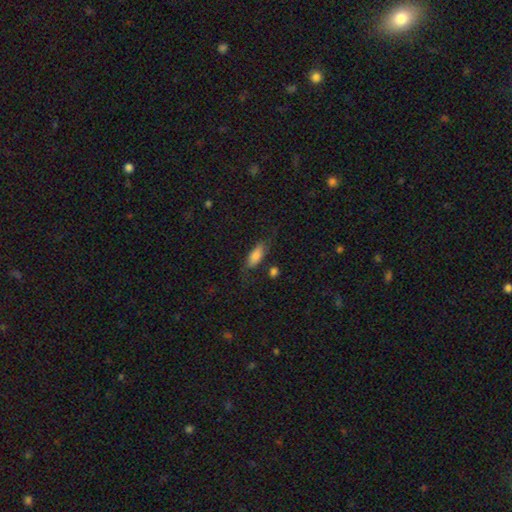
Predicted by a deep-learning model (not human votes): smooth_or_featured: smooth (p=0.77) [alt: featured or disk p=0.16]
how_rounded: in between (p=0.77) [alt: cigar-shaped p=0.20]
merging: none (p=0.63) [alt: minor disturbance p=0.23]